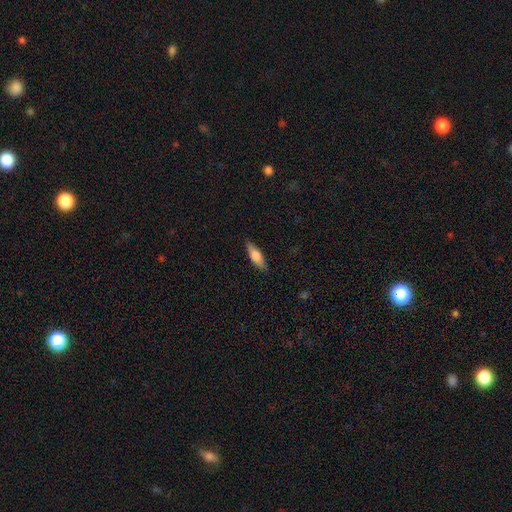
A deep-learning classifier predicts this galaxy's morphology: A smooth galaxy with no disk features (66%) that is cigar-shaped (49%). Merging: none (87%).